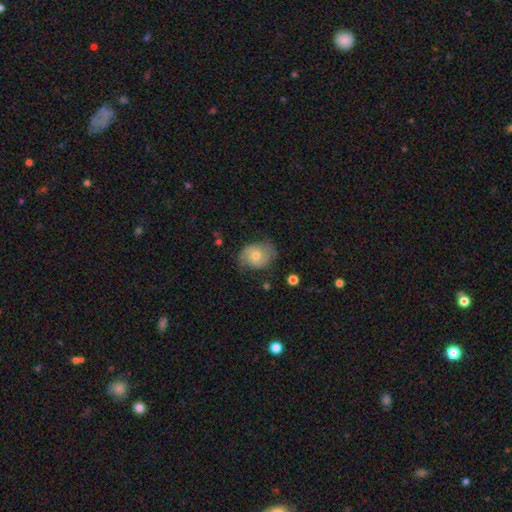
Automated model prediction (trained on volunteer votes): Smooth or featured? smooth (51%)
How rounded? in between (54%)
Merging? none (60%)